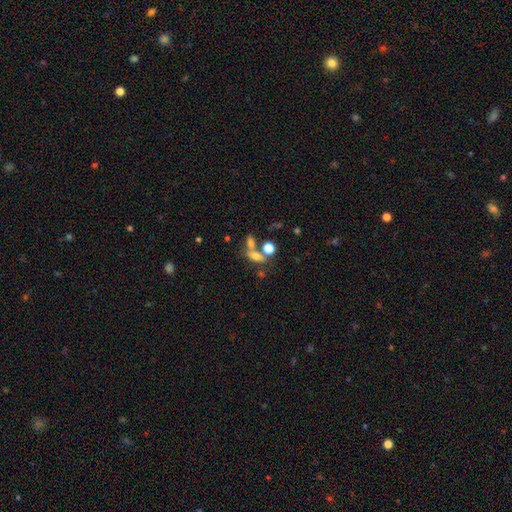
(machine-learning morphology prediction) This appears to be a smooth galaxy with no disk features (63%) that is in between round and cigar-shaped (65%). Merging: none (41%).